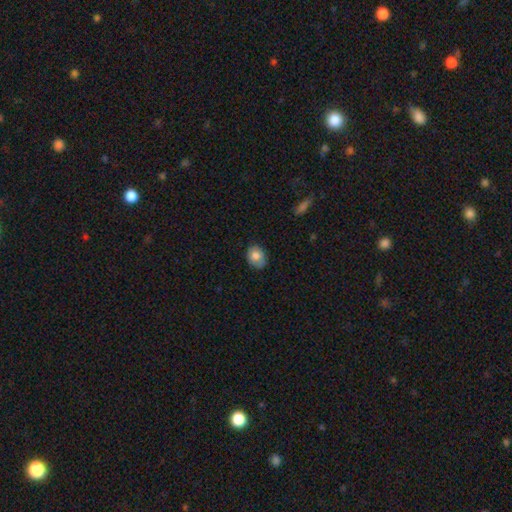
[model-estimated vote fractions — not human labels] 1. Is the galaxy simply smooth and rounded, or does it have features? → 79% smooth, 13% featured or disk, 8% star or artifact.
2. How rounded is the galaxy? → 53% in between, 47% round, 1% cigar-shaped.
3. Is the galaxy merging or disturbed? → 76% none, 20% minor disturbance, 3% major disturbance, 1% merger.